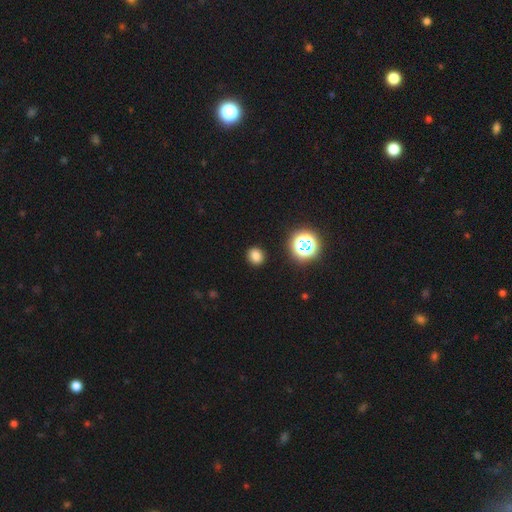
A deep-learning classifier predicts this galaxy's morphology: The model was most divided on "how rounded": round: 78%, in between: 21%, cigar-shaped: 1%. More confident: merging — none (90%); smooth or featured — smooth (76%).